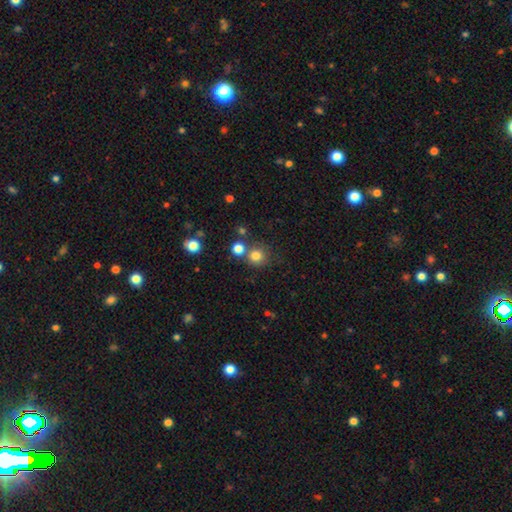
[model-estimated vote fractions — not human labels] Overall: smooth (78%). How rounded: round (91%). Merging: none (69%).